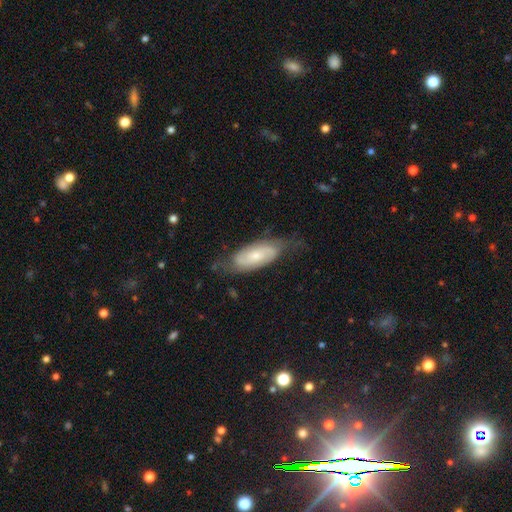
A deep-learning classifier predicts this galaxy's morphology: This appears to be a featured or disk galaxy (65%) with no bar (60%), 2 (72%) tight (40%, tied with medium) spiral arms (88%) and a small central bulge (58%). Merging: none (60%).